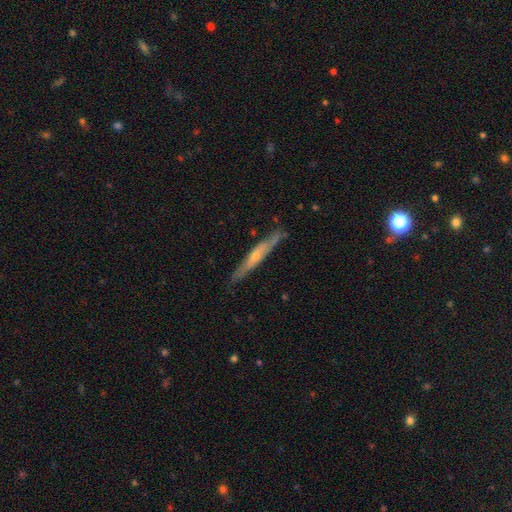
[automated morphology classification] Smooth or featured: featured or disk — 64% (smooth — 31%)
Edge-on disk: yes — 90% (no — 10%)
Edge-on bulge: rounded — 59% (none — 35%)
Merging: none — 81% (minor disturbance — 15%)